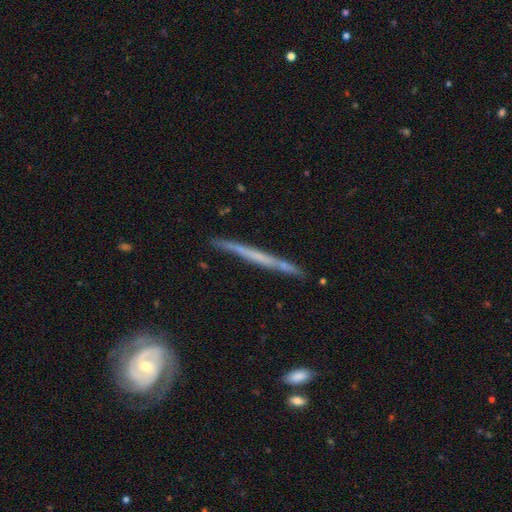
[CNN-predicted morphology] Smooth or featured? Predicted: featured or disk (p=0.64). Edge-on disk? Predicted: yes (p=0.94). Edge-on bulge? Predicted: none (p=0.85). Merging? Predicted: none (p=0.84).